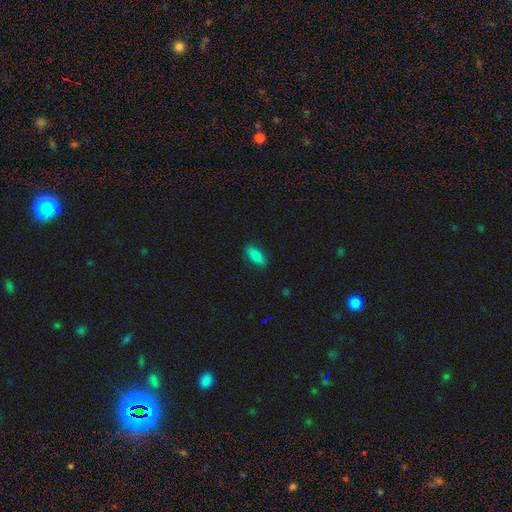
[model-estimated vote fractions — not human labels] A smooth galaxy with no disk features (82%) that is in between round and cigar-shaped (81%).

Vote fractions:
- Smooth or featured? smooth: 82% / featured or disk: 10% / star or artifact: 8%
- How rounded? in between: 81% / cigar-shaped: 16% / round: 3%
- Merging? none: 87% / minor disturbance: 10% / major disturbance: 2% / merger: 1%